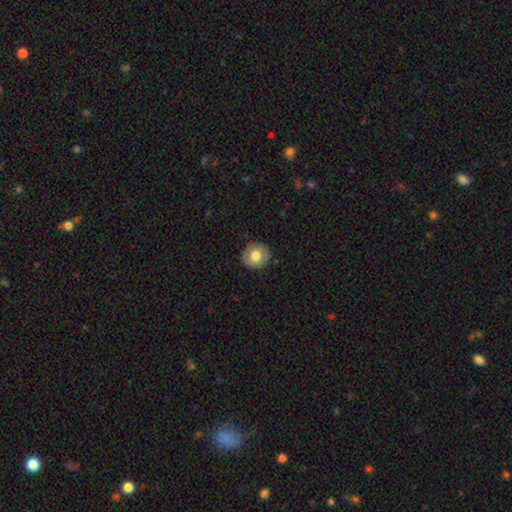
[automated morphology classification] This is likely a smooth galaxy (75%). How rounded: clearly round (86%). Merging: clearly none (88%).